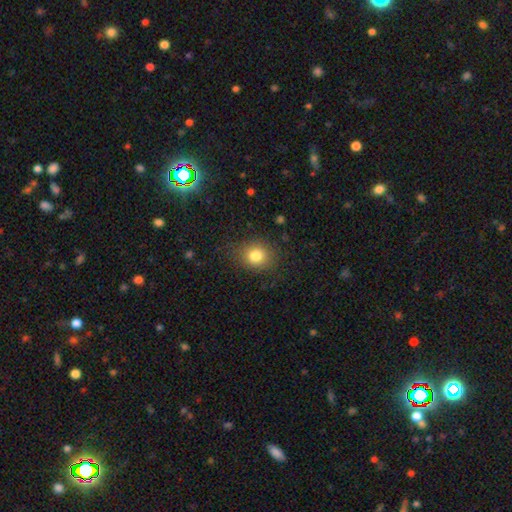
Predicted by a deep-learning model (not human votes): The model was most divided on "how rounded": round: 67%, in between: 32%, cigar-shaped: 1%. More confident: merging — none (83%); smooth or featured — smooth (81%).